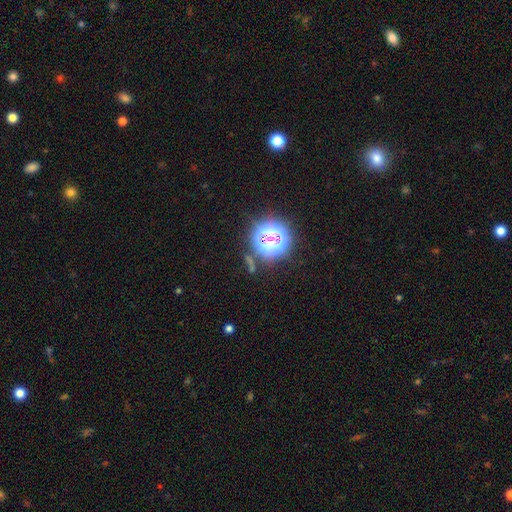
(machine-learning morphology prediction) Overall: star or artifact (78%).